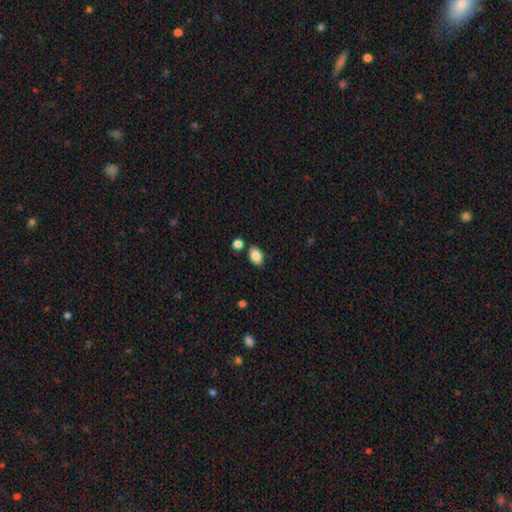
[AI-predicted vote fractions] Smooth or featured: smooth — 86% (star or artifact — 8%)
How rounded: in between — 87% (round — 12%)
Merging: none — 77% (minor disturbance — 13%)